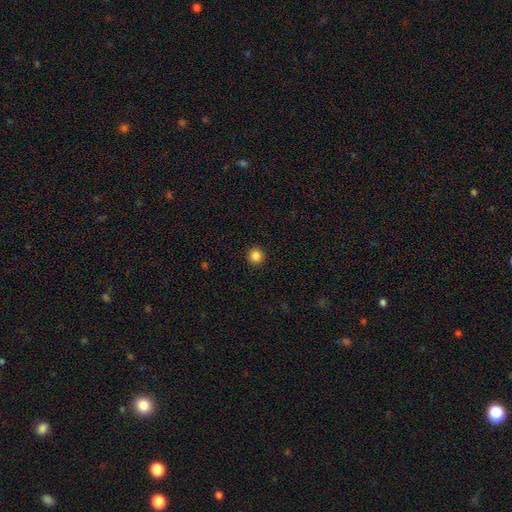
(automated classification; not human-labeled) Smooth or featured: smooth — 85% (star or artifact — 11%)
How rounded: round — 95% (in between — 4%)
Merging: none — 93% (minor disturbance — 4%)